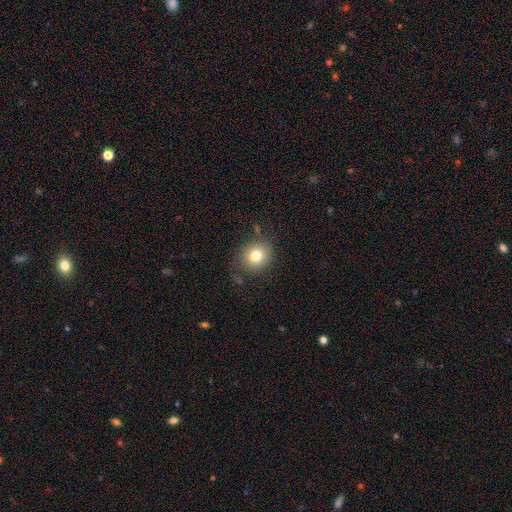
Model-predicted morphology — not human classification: The model was most divided on "how rounded": round: 75%, in between: 24%, cigar-shaped: 1%. More confident: merging — none (79%); smooth or featured — smooth (78%).